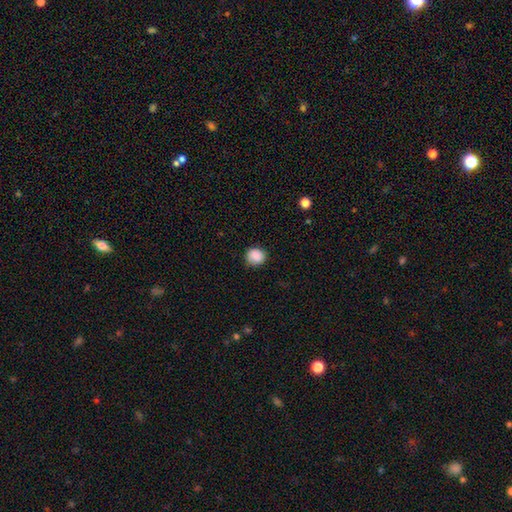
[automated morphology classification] Smooth or featured? smooth (87%)
How rounded? round (83%)
Merging? none (85%)